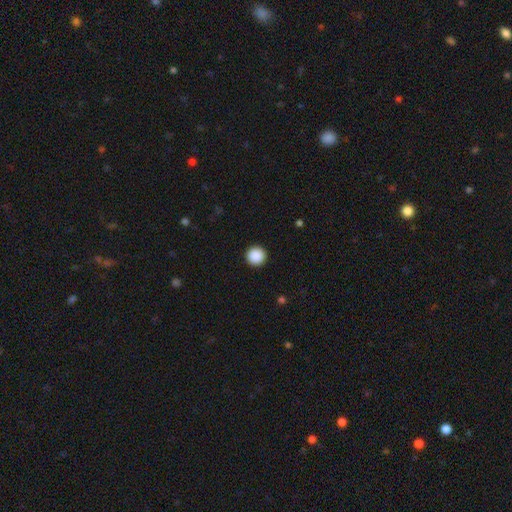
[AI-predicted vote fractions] Smooth or featured? smooth (89%)
How rounded? round (96%)
Merging? none (93%)